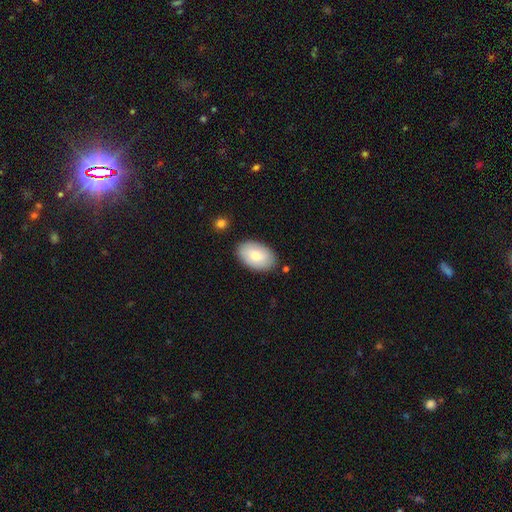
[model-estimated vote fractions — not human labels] Smooth or featured? smooth (80%)
How rounded? in between (93%)
Merging? none (83%)